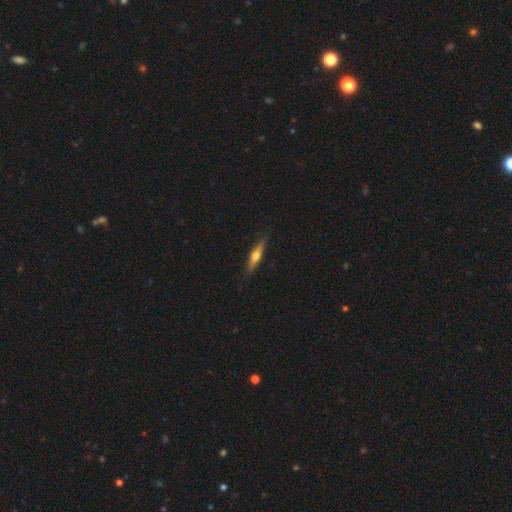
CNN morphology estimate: smooth-or-featured: featured or disk: 55% | smooth: 40% | star or artifact: 6%
  disk-edge-on: yes: 95% | no: 5%
    edge-on-bulge: rounded: 92% | none: 4% | boxy: 4%
  merging: none: 87% | minor disturbance: 11% | major disturbance: 2% | merger: 1%